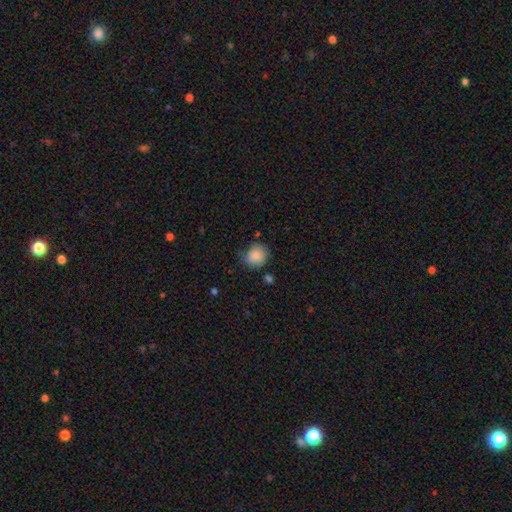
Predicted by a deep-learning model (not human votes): Overall: smooth (85%). How rounded: round (76%). Merging: none (70%).